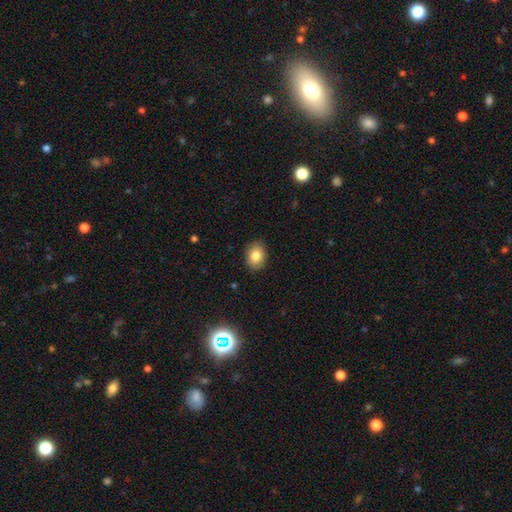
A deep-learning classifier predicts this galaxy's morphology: This is clearly a smooth galaxy (83%). How rounded: likely in between (61%). Merging: clearly none (88%).